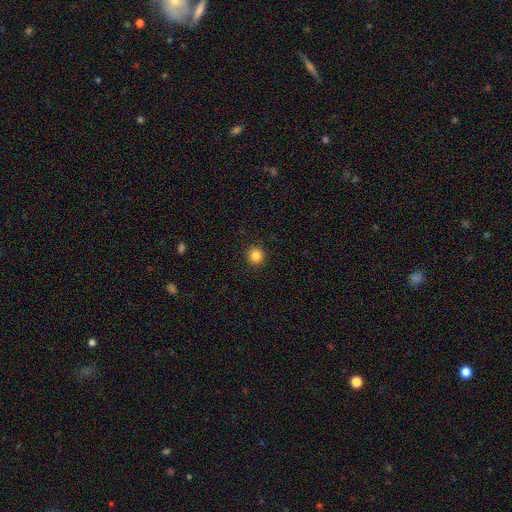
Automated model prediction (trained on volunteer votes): Morphology: type=smooth (85%); roundness=round (94%); merging=none (93%).